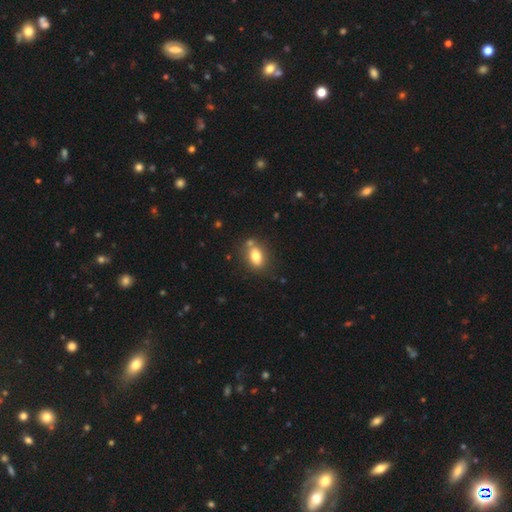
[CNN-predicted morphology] Smooth or featured? Predicted: smooth (p=0.77). How rounded? Predicted: in between (p=0.78). Merging? Predicted: none (p=0.71).